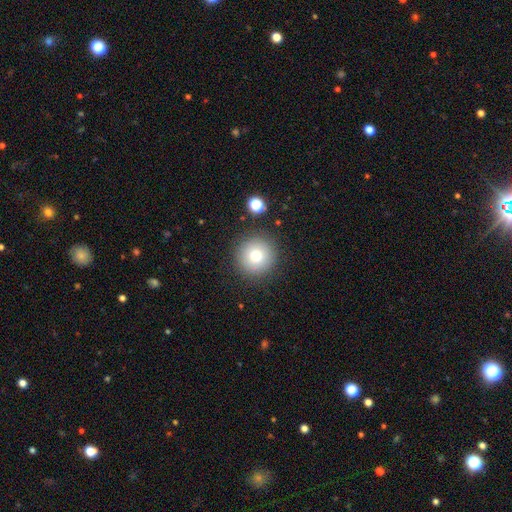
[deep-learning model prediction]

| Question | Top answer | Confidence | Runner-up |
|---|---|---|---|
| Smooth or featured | smooth | 76% | star or artifact (12%) |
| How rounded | round | 96% | in between (3%) |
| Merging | none | 87% | minor disturbance (7%) |